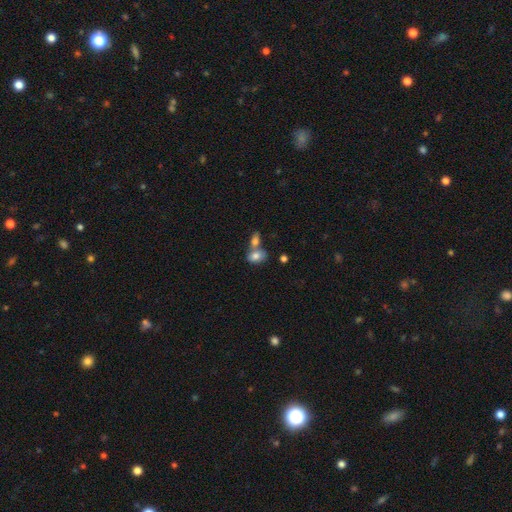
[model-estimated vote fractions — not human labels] smooth-or-featured: smooth: 79% | featured or disk: 12% | star or artifact: 8%
  how-rounded: in between: 82% | round: 17% | cigar-shaped: 2%
  merging: merger: 49% | none: 37% | minor disturbance: 10% | major disturbance: 4%